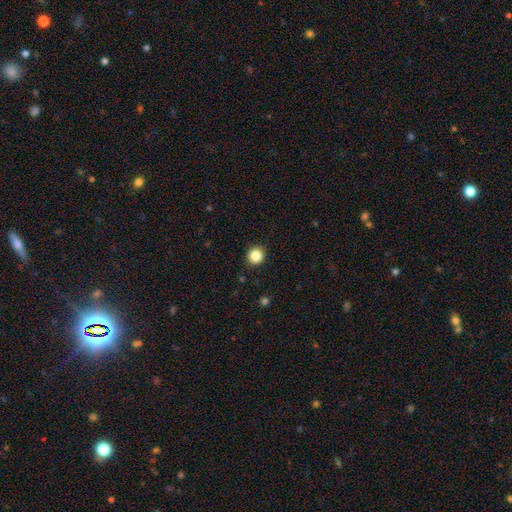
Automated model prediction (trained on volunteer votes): This is clearly a smooth galaxy (86%). How rounded: clearly round (93%). Merging: clearly none (92%).